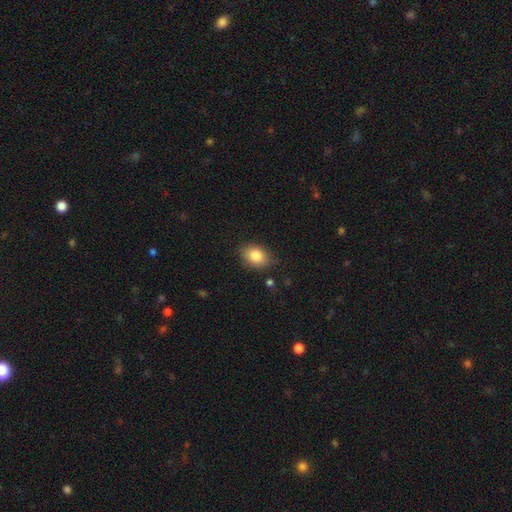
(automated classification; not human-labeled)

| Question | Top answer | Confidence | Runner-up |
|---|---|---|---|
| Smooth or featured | smooth | 85% | star or artifact (8%) |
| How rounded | in between | 66% | round (33%) |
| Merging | none | 82% | minor disturbance (13%) |